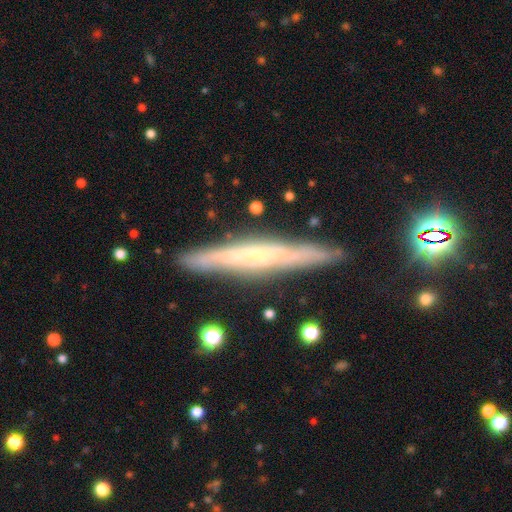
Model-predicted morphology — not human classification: Smooth or featured? featured or disk (67%)
Edge-on disk? yes (92%)
Edge-on bulge? none (47%)
Merging? none (87%)